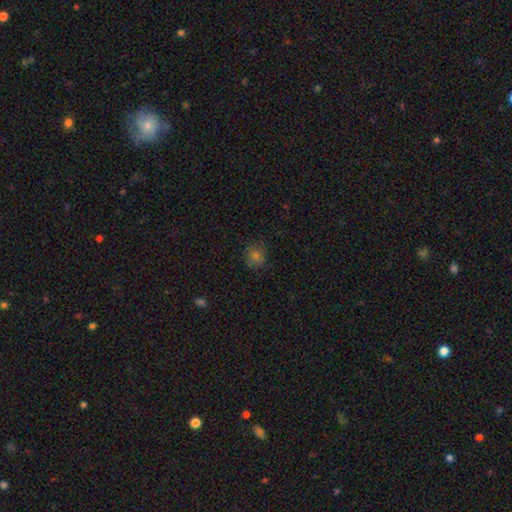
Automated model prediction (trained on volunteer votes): A smooth galaxy with no disk features (59%) that is round (76%).

Vote fractions:
- Smooth or featured? smooth: 59% / star or artifact: 27% / featured or disk: 15%
- How rounded? round: 76% / in between: 23% / cigar-shaped: 1%
- Merging? none: 77% / minor disturbance: 16% / major disturbance: 6% / merger: 2%